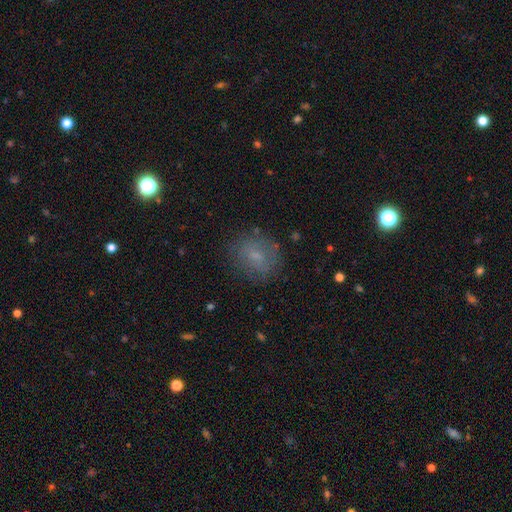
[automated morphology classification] A smooth galaxy with no disk features (64%) that is round (65%). Merging: none (76%).